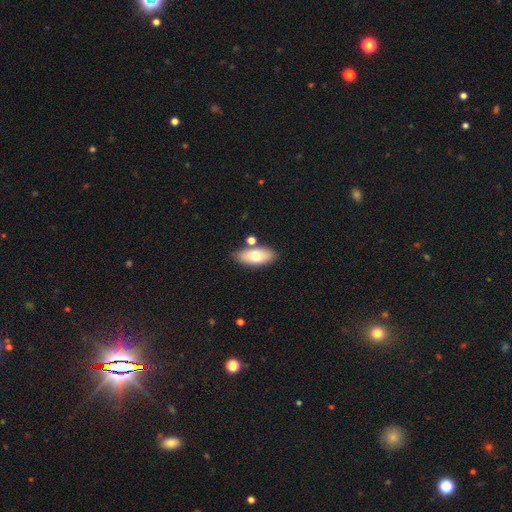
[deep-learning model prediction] smooth_or_featured: smooth (p=0.71) [alt: featured or disk p=0.22]
how_rounded: in between (p=0.87) [alt: cigar-shaped p=0.10]
merging: none (p=0.75) [alt: minor disturbance p=0.12]